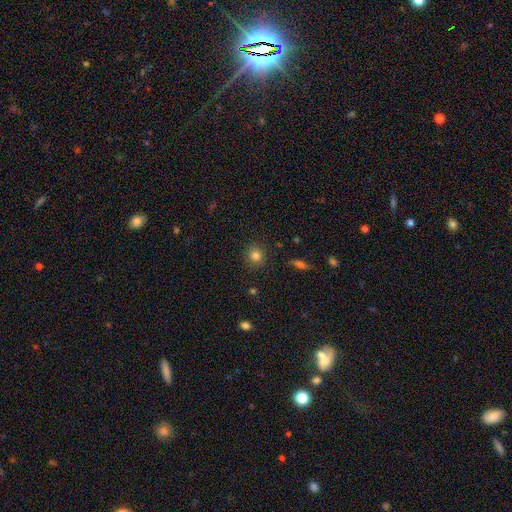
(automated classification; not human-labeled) smooth 81%, star or artifact 13%, featured or disk 7%. Down the decision tree: how rounded — round (90%); merging — none (90%).